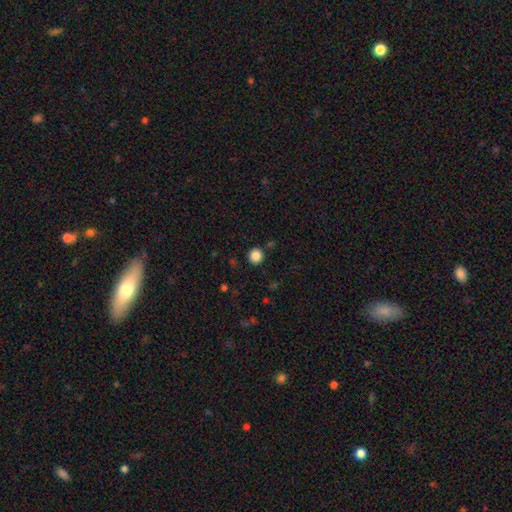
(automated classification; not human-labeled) Smooth or featured? Predicted: smooth (p=0.86). How rounded? Predicted: round (p=0.93). Merging? Predicted: none (p=0.90).